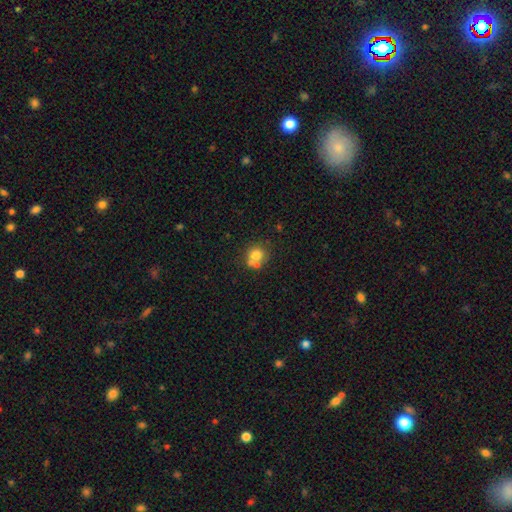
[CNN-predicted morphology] The model was most divided on "merging": none: 50%, merger: 31%, minor disturbance: 13%, major disturbance: 6%. More confident: how rounded — round (81%); smooth or featured — smooth (74%).